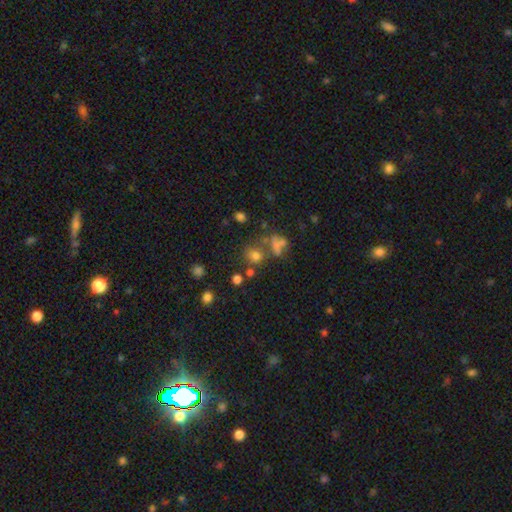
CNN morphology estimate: Smooth or featured? smooth (58%)
How rounded? round (72%)
Merging? none (55%)